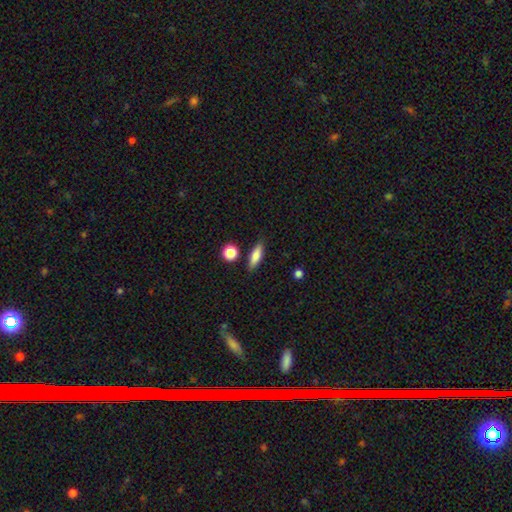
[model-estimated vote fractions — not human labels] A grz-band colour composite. It shows a smooth galaxy with no disk features (76%) that is in between round and cigar-shaped (48%). Merging: none (83%).